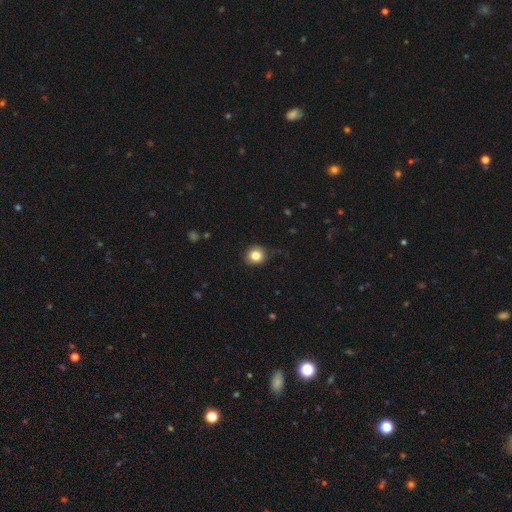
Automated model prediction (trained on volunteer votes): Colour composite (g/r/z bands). It shows a smooth galaxy with no disk features (83%) that is round (86%). Merging: none (82%).